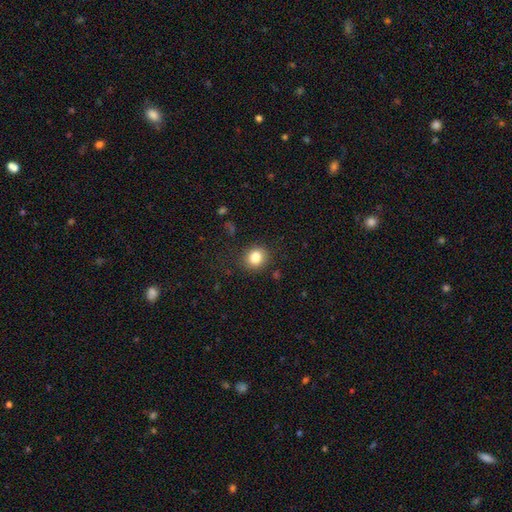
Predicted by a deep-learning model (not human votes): smooth-or-featured: smooth: 83% | star or artifact: 10% | featured or disk: 6%
  how-rounded: round: 76% | in between: 23% | cigar-shaped: 1%
  merging: none: 86% | minor disturbance: 9% | major disturbance: 3% | merger: 1%